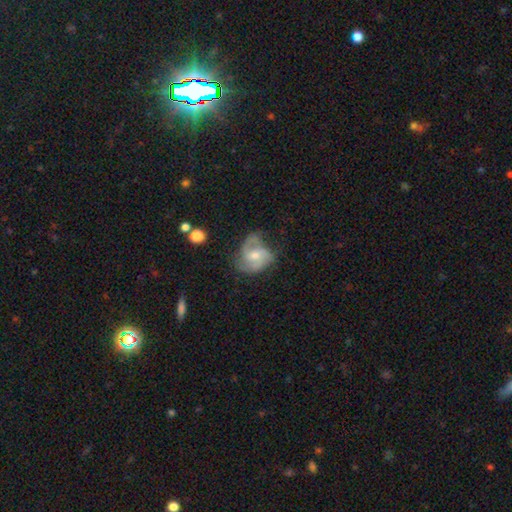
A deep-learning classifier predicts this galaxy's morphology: Smooth or featured? Predicted: featured or disk (p=0.72). Edge-on disk? Predicted: no (p=0.98). Bar? Predicted: no (p=0.52). Spiral arms? Predicted: yes (p=0.90). Spiral winding? Predicted: medium (p=0.51). Spiral arm count? Predicted: 2 (p=0.52). Bulge size? Predicted: moderate (p=0.53). Merging? Predicted: none (p=0.48).